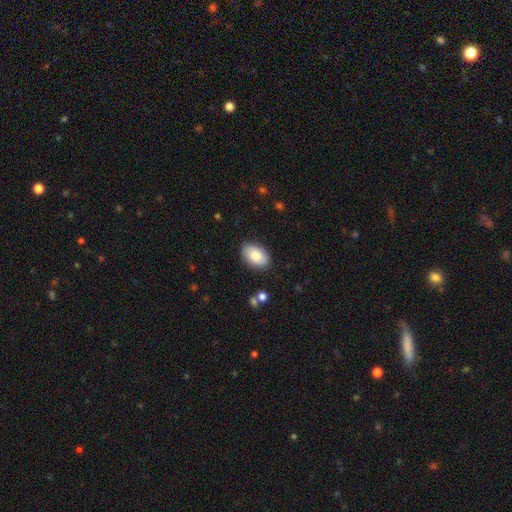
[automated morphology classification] Smooth or featured: smooth — 83% (featured or disk — 10%)
How rounded: in between — 92% (round — 7%)
Merging: none — 87% (minor disturbance — 10%)